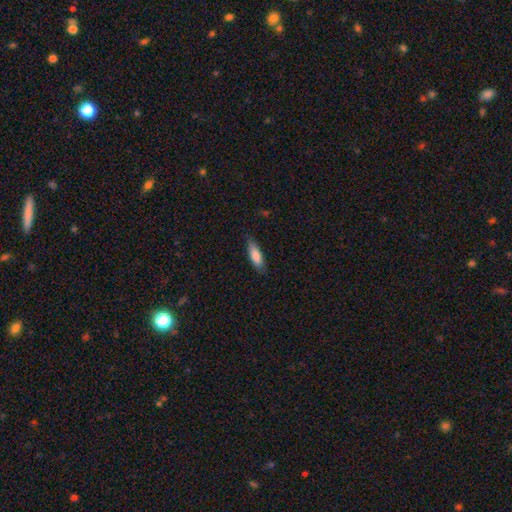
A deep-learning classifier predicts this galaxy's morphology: Smooth or featured?
  - smooth: 81% *
  - featured or disk: 13%
  - star or artifact: 6%
How rounded?
  - cigar-shaped: 51% *
  - in between: 48%
  - round: 2%
Merging?
  - none: 79% *
  - minor disturbance: 17%
  - major disturbance: 3%
  - merger: 1%